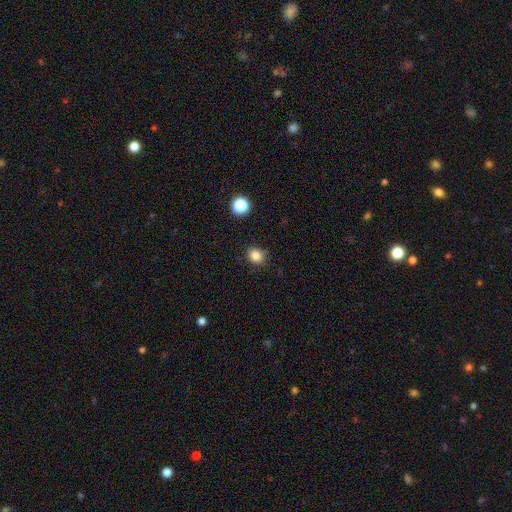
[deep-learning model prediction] This is clearly a smooth galaxy (83%). How rounded: likely round (73%). Merging: clearly none (87%).